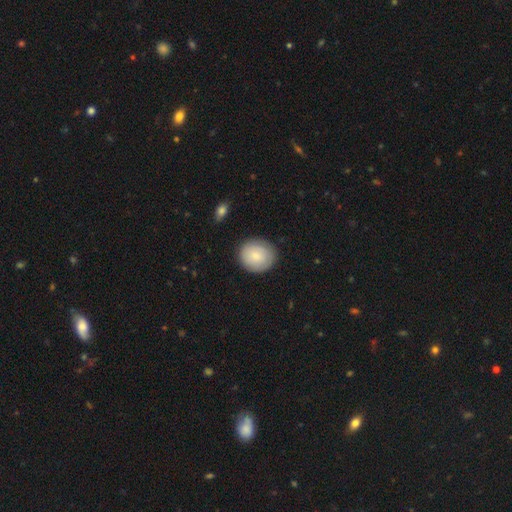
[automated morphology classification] Smooth or featured? Predicted: smooth (p=0.83). How rounded? Predicted: round (p=0.72). Merging? Predicted: none (p=0.86).